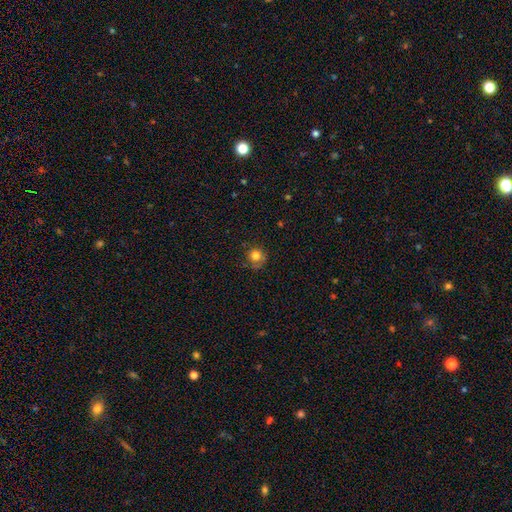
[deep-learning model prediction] smooth_or_featured: smooth (p=0.79) [alt: star or artifact p=0.12]
how_rounded: round (p=0.87) [alt: in between p=0.12]
merging: none (p=0.67) [alt: minor disturbance p=0.23]